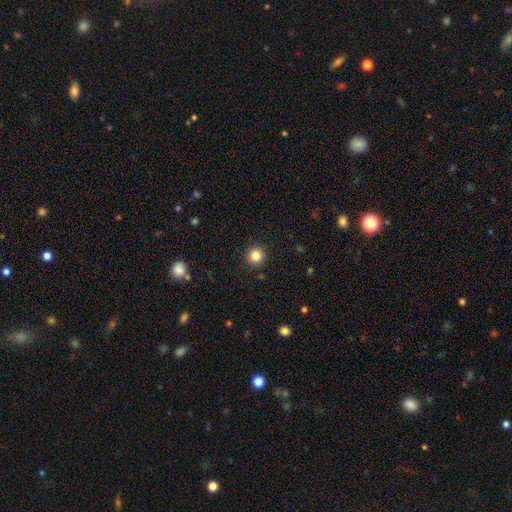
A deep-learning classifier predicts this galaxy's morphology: A smooth galaxy with no disk features (84%) that is round (96%). Merging: none (92%).